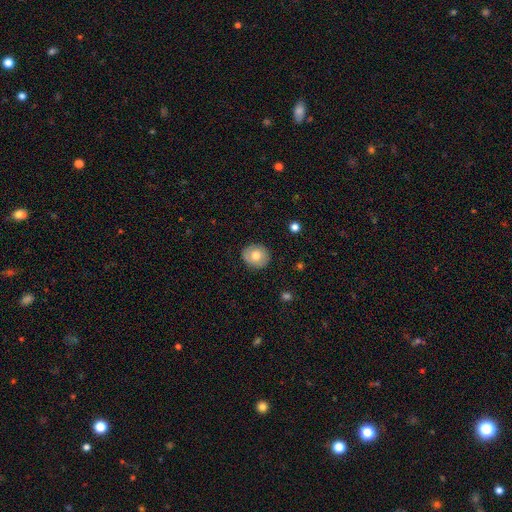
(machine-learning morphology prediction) smooth_or_featured: smooth (p=0.73) [alt: featured or disk p=0.19]
how_rounded: round (p=0.81) [alt: in between p=0.18]
merging: none (p=0.87) [alt: minor disturbance p=0.09]